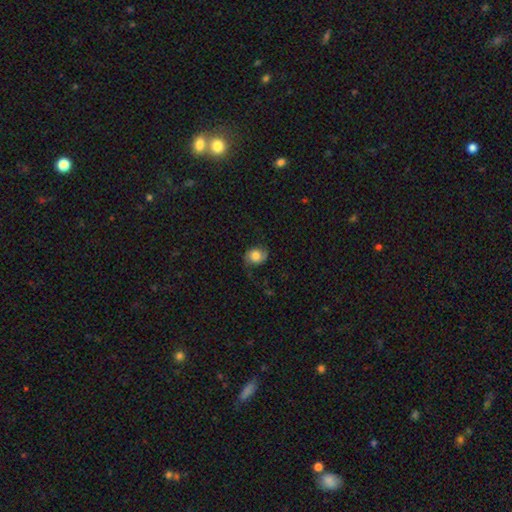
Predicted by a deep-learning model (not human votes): Q: Smooth or featured?
A: smooth (55%); runner-up: featured or disk (36%)
Q: How rounded?
A: round (60%); runner-up: in between (39%)
Q: Merging?
A: none (64%); runner-up: minor disturbance (23%)